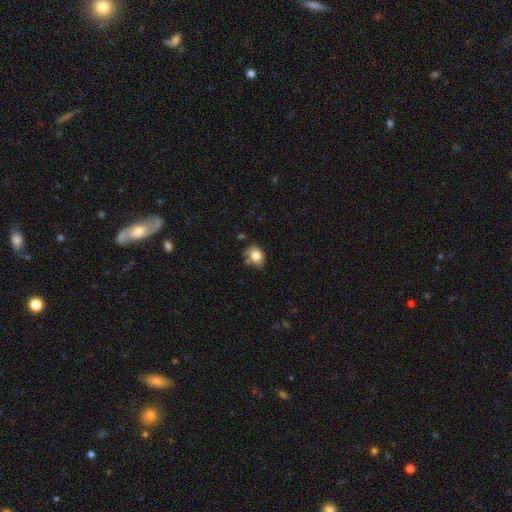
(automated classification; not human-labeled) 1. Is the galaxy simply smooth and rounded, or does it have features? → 80% smooth, 10% featured or disk, 10% star or artifact.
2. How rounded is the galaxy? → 53% round, 46% in between, 1% cigar-shaped.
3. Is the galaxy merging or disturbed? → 58% none, 28% minor disturbance, 7% major disturbance, 7% merger.